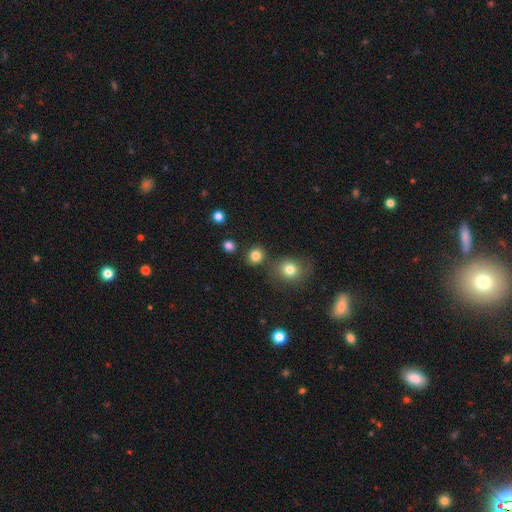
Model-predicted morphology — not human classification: This is clearly a smooth galaxy (83%). How rounded: clearly round (84%). Merging: clearly none (81%).